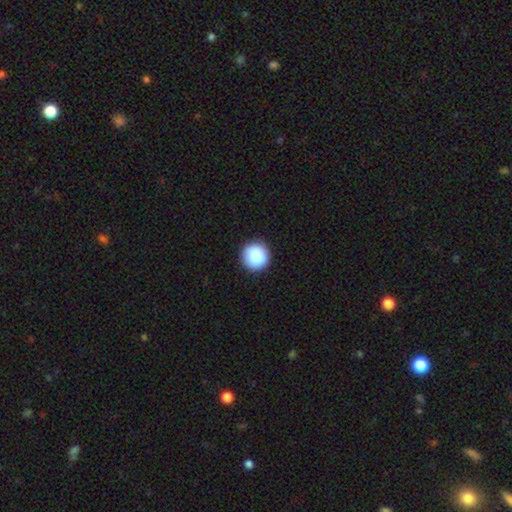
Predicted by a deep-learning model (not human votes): Morphology: type=smooth (87%); roundness=round (96%); merging=none (93%).